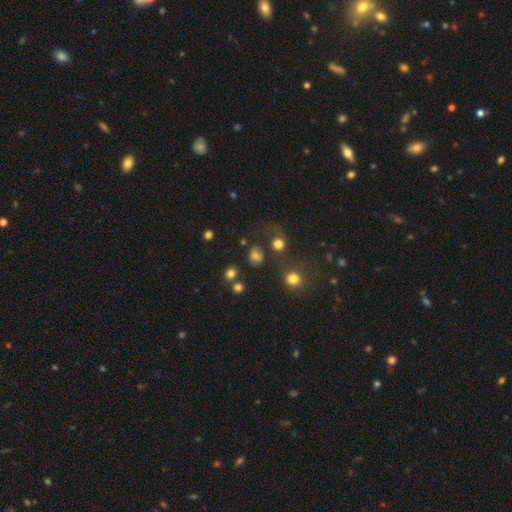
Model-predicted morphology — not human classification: Smooth or featured: smooth — 72% (star or artifact — 17%)
How rounded: round — 67% (in between — 32%)
Merging: none — 62% (minor disturbance — 15%)